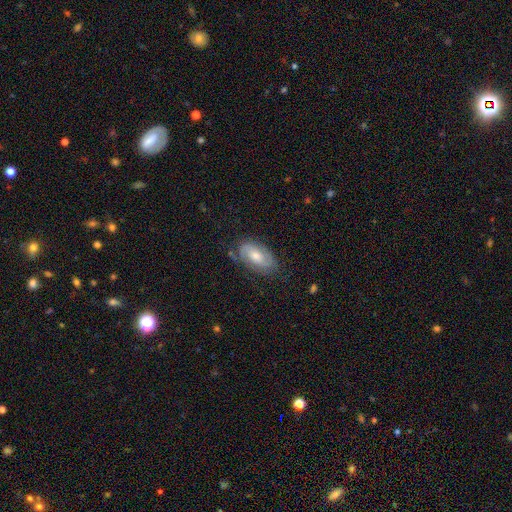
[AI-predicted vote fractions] The model was most divided on "bar": no: 55%, weak: 36%, strong: 9%. More confident: edge-on disk — no (94%); spiral arms — yes (85%); merging — none (68%); bulge size — moderate (60%); smooth or featured — featured or disk (60%).